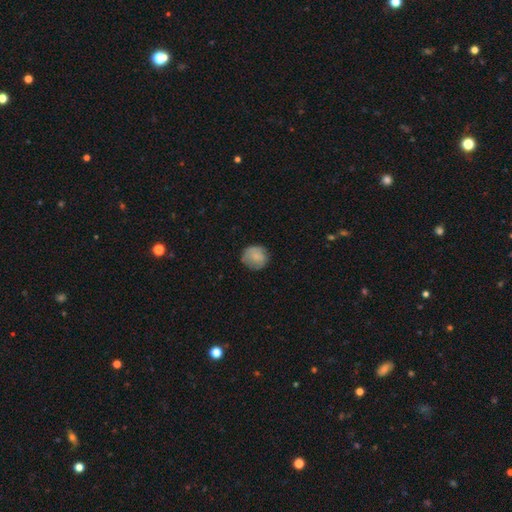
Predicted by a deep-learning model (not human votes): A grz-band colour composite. It shows a smooth galaxy with no disk features (81%) that is round (88%). Merging: none (74%).